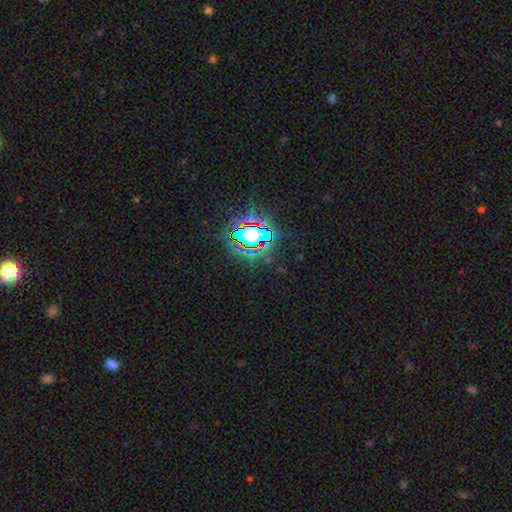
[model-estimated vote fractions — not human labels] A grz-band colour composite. It shows a star or artifact, not a galaxy (82%).